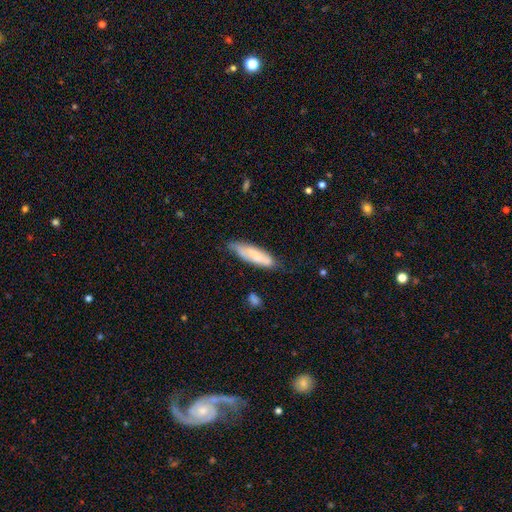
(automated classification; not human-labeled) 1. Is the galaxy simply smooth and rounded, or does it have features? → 60% smooth, 33% featured or disk, 7% star or artifact.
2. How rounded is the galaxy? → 60% cigar-shaped, 38% in between, 2% round.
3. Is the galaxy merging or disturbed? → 61% none, 28% minor disturbance, 7% major disturbance, 4% merger.